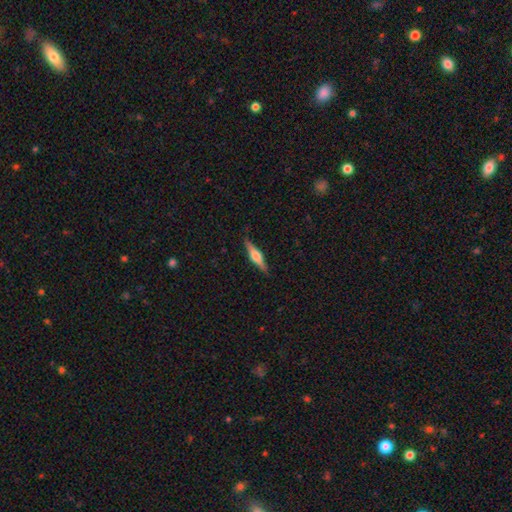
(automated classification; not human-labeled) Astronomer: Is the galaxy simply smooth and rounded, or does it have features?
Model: featured or disk — 71%.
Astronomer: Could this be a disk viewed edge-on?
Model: yes — 98%.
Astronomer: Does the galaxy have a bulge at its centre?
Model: rounded — 86%.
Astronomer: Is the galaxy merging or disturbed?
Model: none — 89%.